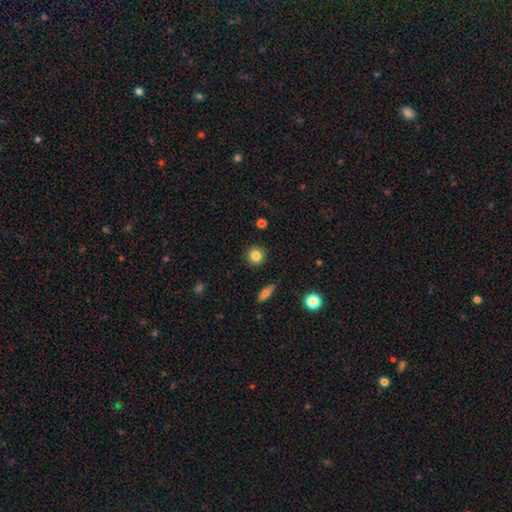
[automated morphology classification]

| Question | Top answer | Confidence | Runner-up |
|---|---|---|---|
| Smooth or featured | smooth | 84% | star or artifact (10%) |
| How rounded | round | 91% | in between (8%) |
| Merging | none | 90% | minor disturbance (7%) |